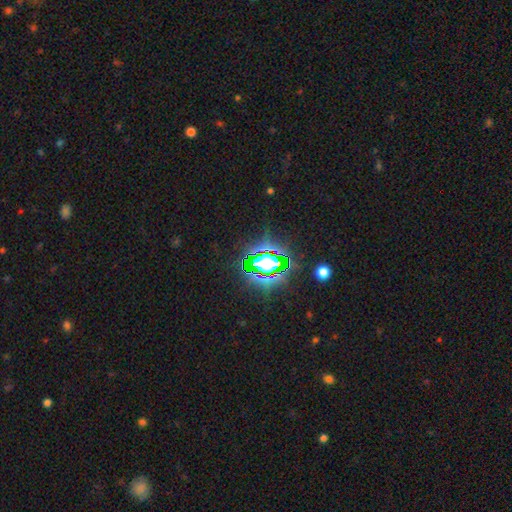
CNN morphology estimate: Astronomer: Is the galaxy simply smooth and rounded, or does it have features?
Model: star or artifact — 78%.